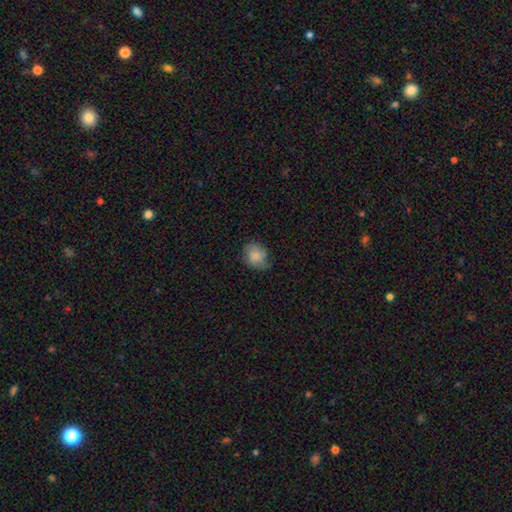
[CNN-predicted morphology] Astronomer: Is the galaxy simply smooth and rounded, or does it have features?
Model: smooth — 80%.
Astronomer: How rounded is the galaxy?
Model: round — 54% (runner-up: in between, 45%).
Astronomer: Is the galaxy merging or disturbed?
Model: none — 62%.